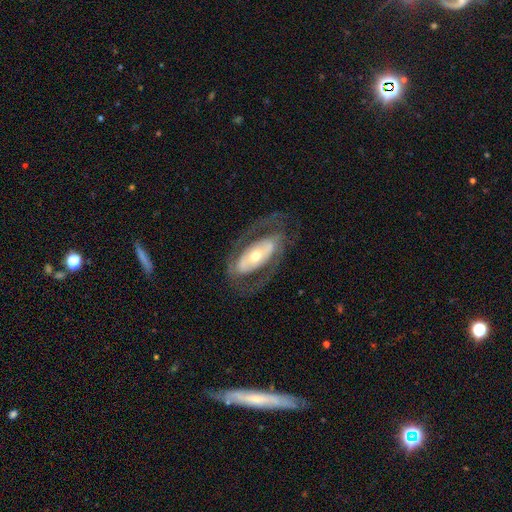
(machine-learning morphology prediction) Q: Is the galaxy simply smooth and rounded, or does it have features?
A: featured or disk — 75%.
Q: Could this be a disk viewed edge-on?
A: no — 89%.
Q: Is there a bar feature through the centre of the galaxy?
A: no — 52%.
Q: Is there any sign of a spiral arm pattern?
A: yes — 54%.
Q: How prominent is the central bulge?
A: moderate — 56%.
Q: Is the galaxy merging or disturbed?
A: none — 70%.